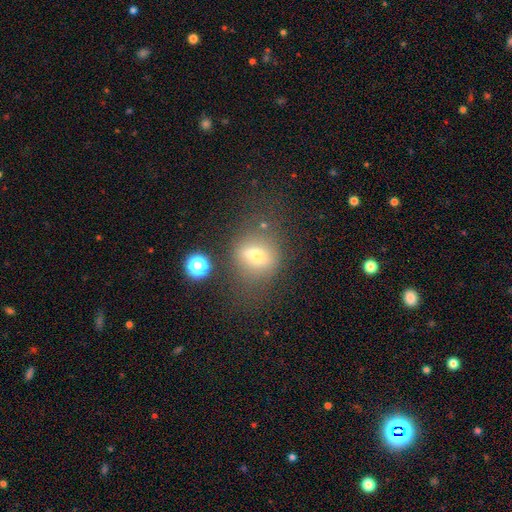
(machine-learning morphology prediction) Smooth or featured? smooth (57%)
How rounded? round (50%)
Merging? none (61%)